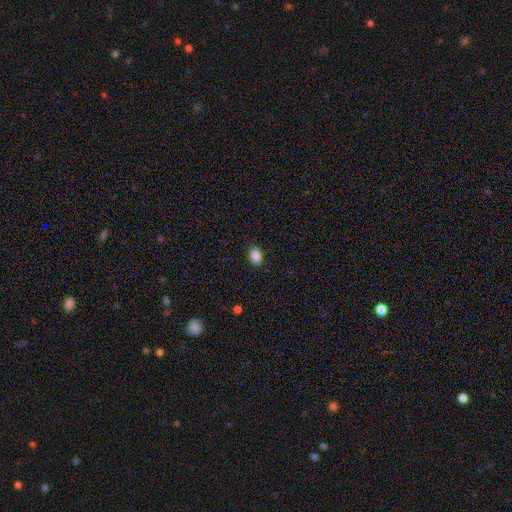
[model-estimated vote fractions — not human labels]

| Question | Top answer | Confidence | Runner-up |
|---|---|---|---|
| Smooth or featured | smooth | 88% | star or artifact (9%) |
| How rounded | in between | 82% | round (17%) |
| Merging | none | 88% | minor disturbance (9%) |